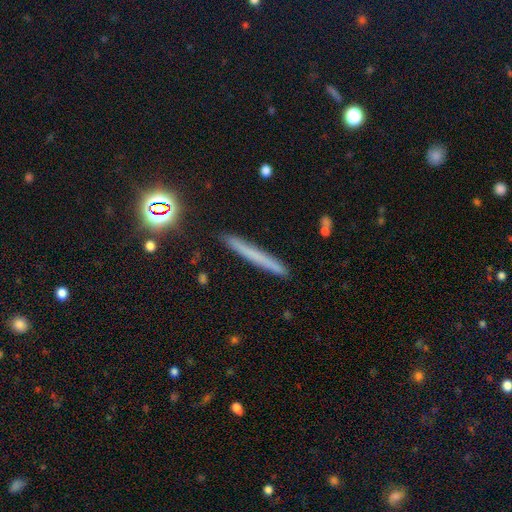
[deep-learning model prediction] Smooth or featured? Predicted: smooth (p=0.59). How rounded? Predicted: cigar-shaped (p=0.96). Merging? Predicted: none (p=0.90).